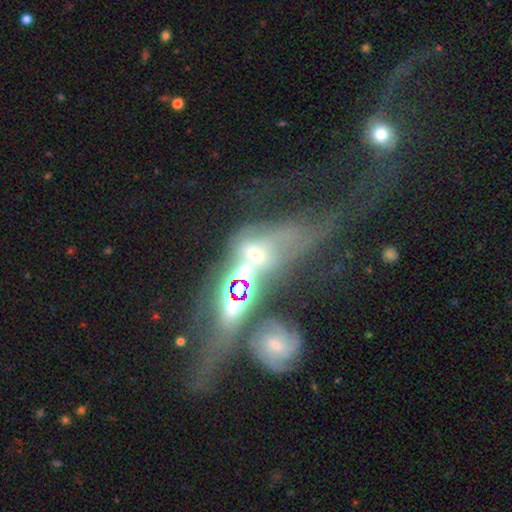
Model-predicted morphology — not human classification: This is marginally a smooth galaxy (34%). Merging: possibly merger (47%).